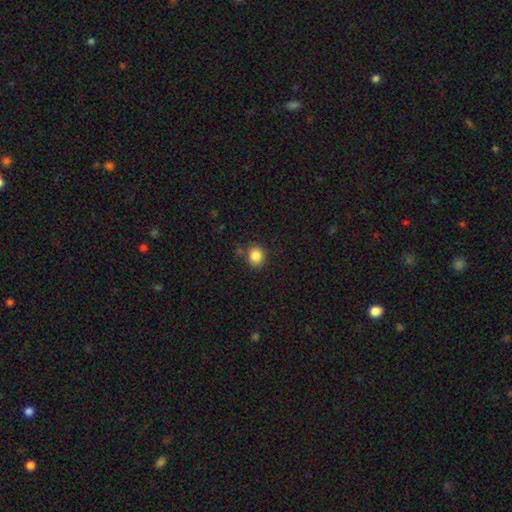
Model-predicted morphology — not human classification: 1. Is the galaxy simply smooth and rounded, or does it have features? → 86% smooth, 10% star or artifact, 4% featured or disk.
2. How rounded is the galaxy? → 78% round, 21% in between, 1% cigar-shaped.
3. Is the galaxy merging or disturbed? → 83% none, 10% minor disturbance, 4% merger, 3% major disturbance.